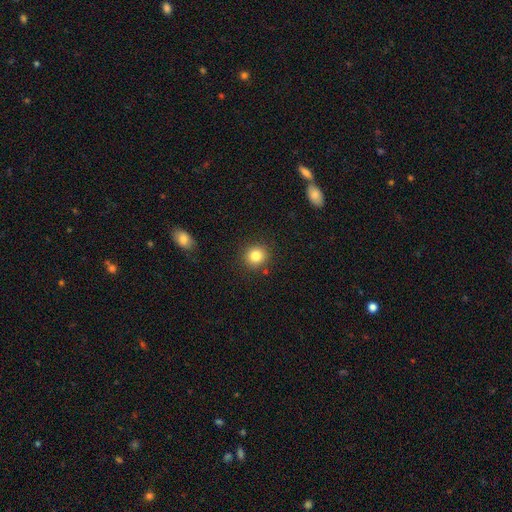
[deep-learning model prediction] Smooth or featured: smooth — 83% (star or artifact — 11%)
How rounded: round — 88% (in between — 11%)
Merging: none — 88% (minor disturbance — 7%)